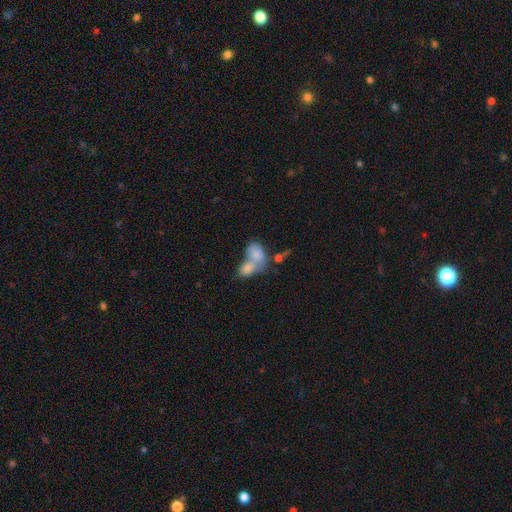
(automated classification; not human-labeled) Morphology: type=smooth (78%); roundness=in between (83%); merging=merger (69%).